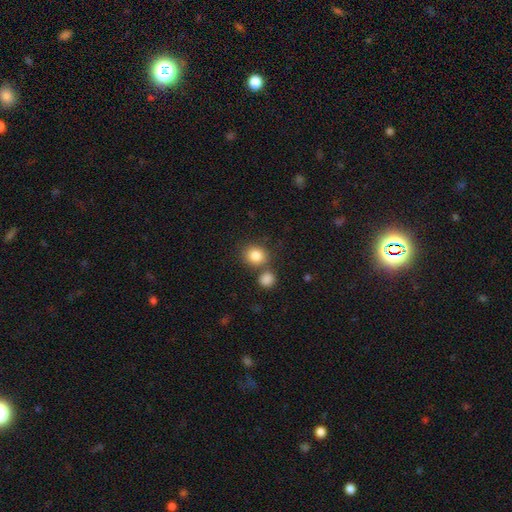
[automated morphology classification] Smooth or featured: smooth — 84% (star or artifact — 10%)
How rounded: round — 71% (in between — 28%)
Merging: none — 65% (merger — 22%)